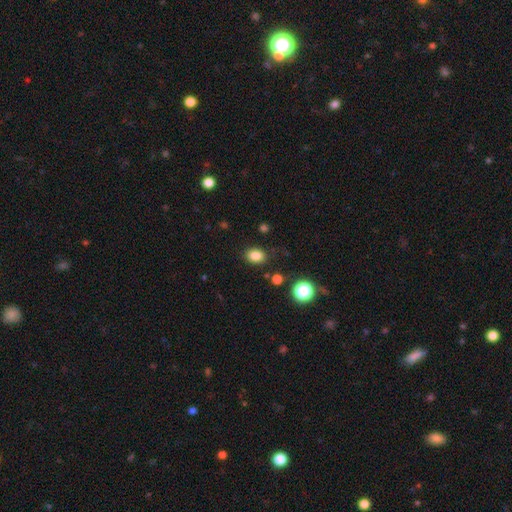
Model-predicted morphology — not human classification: Smooth or featured: smooth — 83% (star or artifact — 12%)
How rounded: in between — 63% (round — 36%)
Merging: none — 85% (minor disturbance — 10%)